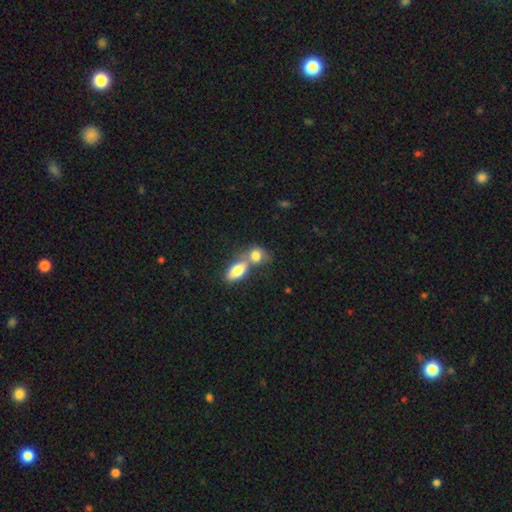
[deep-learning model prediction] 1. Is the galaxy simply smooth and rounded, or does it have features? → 79% smooth, 13% featured or disk, 8% star or artifact.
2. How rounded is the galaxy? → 68% in between, 27% round, 5% cigar-shaped.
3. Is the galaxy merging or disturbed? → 65% merger, 24% none, 7% minor disturbance, 4% major disturbance.